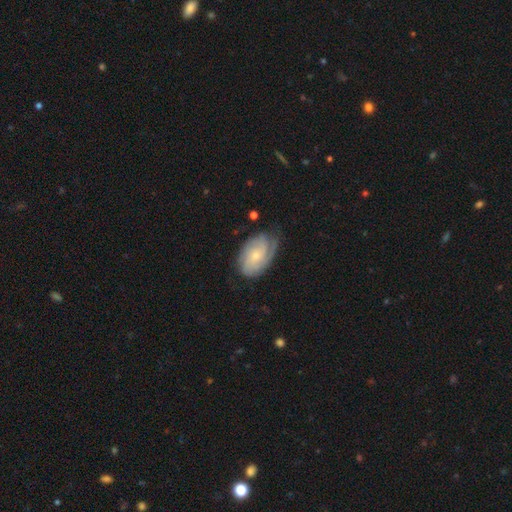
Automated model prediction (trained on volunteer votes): Overall: featured or disk (71%). Edge-on disk: no (97%). Bar: no (74%). Spiral arms: yes (93%). Spiral arm count: can't tell (36%; 2 27%). Spiral winding: tight (62%; medium 29%). Bulge size: small (66%; moderate 28%). Merging: none (67%).